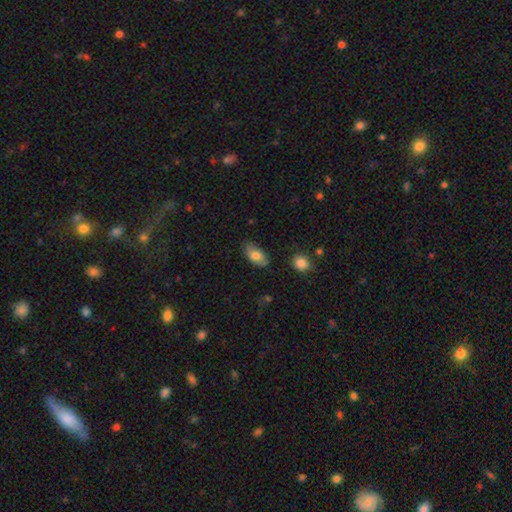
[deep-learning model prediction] Smooth or featured?
  - smooth: 75% *
  - featured or disk: 18%
  - star or artifact: 7%
How rounded?
  - in between: 93% *
  - round: 4%
  - cigar-shaped: 3%
Merging?
  - none: 77% *
  - minor disturbance: 18%
  - major disturbance: 3%
  - merger: 2%